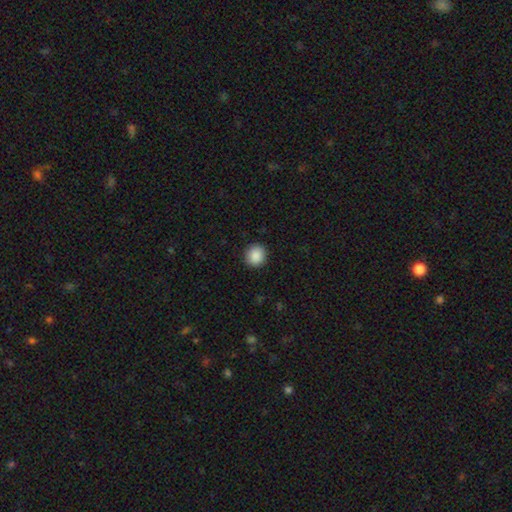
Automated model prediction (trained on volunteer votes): The model was most divided on "how rounded": round: 89%, in between: 10%, cigar-shaped: 1%. More confident: merging — none (91%); smooth or featured — smooth (89%).